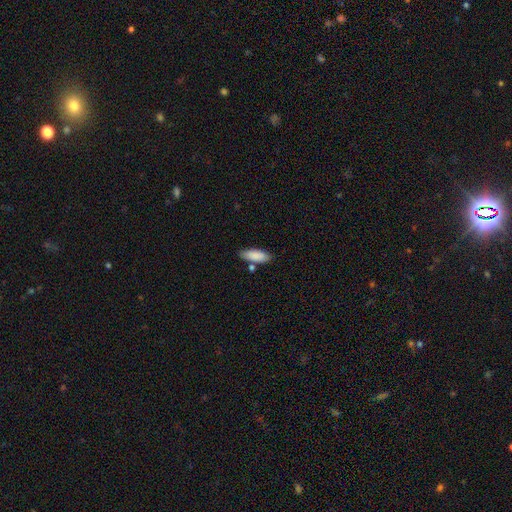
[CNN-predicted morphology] smooth 87%, featured or disk 7%, star or artifact 6%. Down the decision tree: how rounded — in between (68%); merging — none (77%).